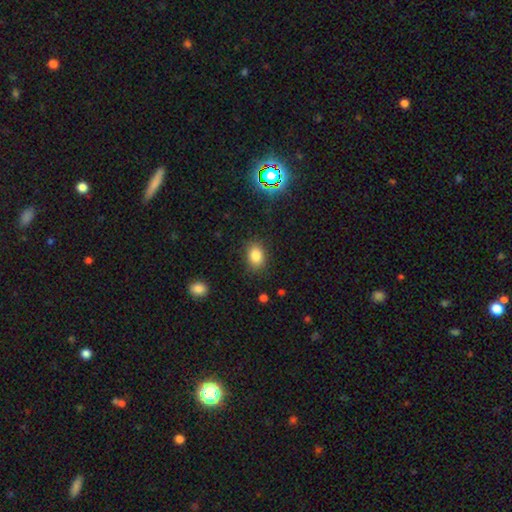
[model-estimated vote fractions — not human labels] A smooth galaxy with no disk features (82%) that is in between round and cigar-shaped (69%).

Vote fractions:
- Smooth or featured? smooth: 82% / star or artifact: 12% / featured or disk: 7%
- How rounded? in between: 69% / round: 30% / cigar-shaped: 1%
- Merging? none: 85% / minor disturbance: 11% / major disturbance: 3% / merger: 1%